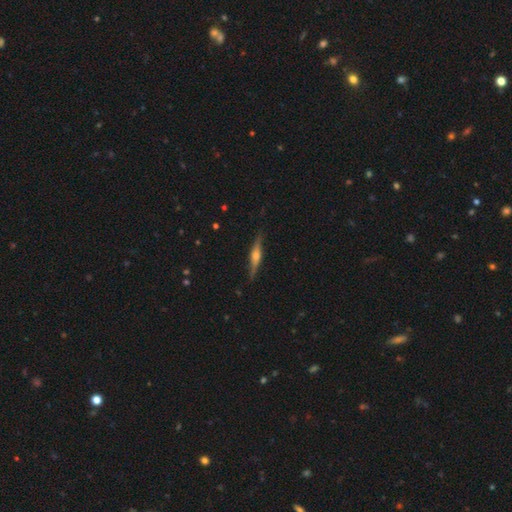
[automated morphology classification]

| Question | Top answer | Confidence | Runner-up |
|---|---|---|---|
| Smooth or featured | featured or disk | 74% | smooth (19%) |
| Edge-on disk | yes | 97% | no (3%) |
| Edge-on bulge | rounded | 81% | boxy (14%) |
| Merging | none | 85% | minor disturbance (11%) |